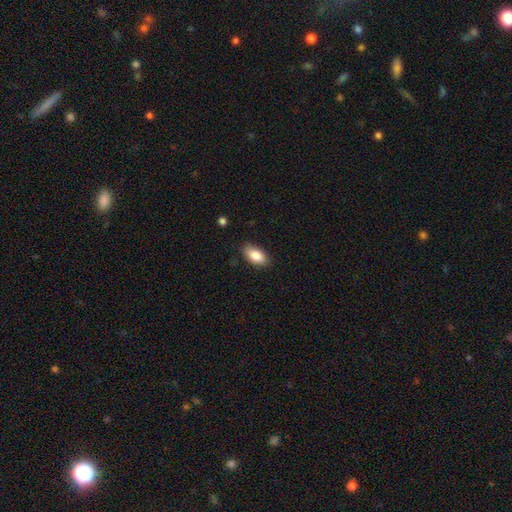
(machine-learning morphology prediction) Overall: smooth (85%). How rounded: in between (92%). Merging: none (85%).